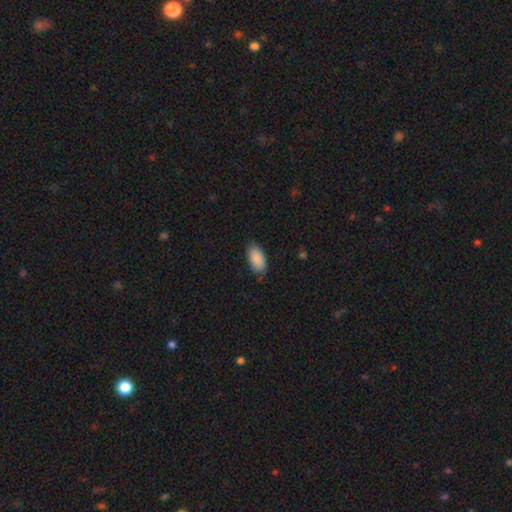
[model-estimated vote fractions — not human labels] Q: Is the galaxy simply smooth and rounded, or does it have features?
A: smooth — 89%.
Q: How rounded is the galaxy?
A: in between — 94%.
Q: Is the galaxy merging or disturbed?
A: none — 78%.